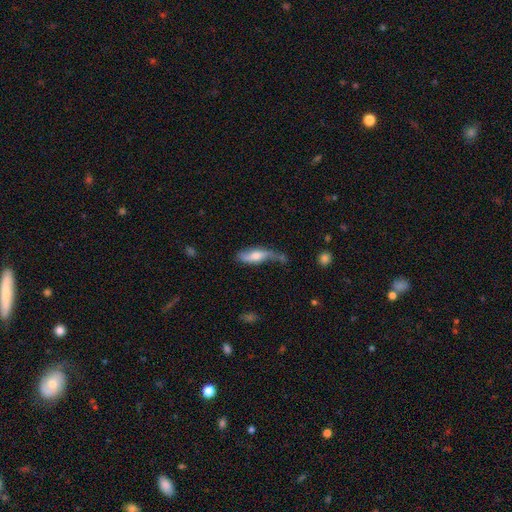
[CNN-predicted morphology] smooth_or_featured: featured or disk (p=0.52) [alt: smooth p=0.41]
disk_edge_on: no (p=0.61) [alt: yes p=0.39]
merging: none (p=0.39) [alt: minor disturbance p=0.31]